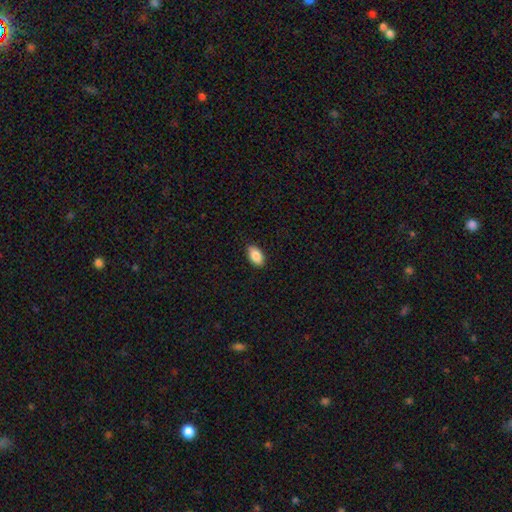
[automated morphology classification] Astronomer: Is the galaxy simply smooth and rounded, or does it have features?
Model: smooth — 88%.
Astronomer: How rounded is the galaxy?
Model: in between — 94%.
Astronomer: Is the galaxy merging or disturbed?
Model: none — 89%.